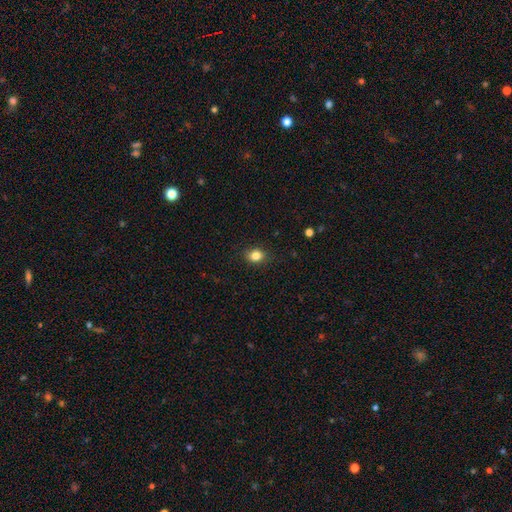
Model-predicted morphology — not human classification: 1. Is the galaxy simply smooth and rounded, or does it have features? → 84% smooth, 10% star or artifact, 6% featured or disk.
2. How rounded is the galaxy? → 51% in between, 48% round, 1% cigar-shaped.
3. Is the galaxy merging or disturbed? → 87% none, 10% minor disturbance, 2% major disturbance, 1% merger.